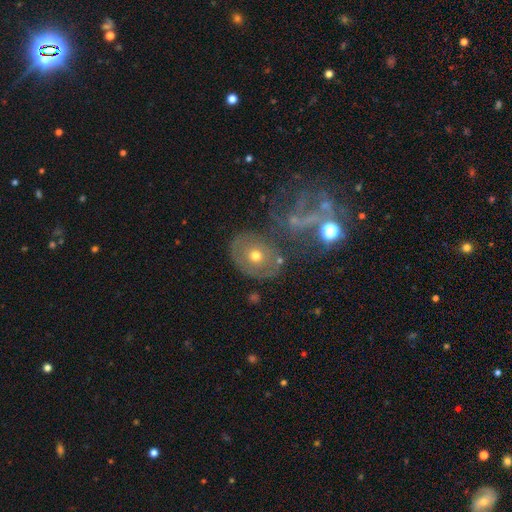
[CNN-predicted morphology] Smooth or featured: featured or disk — 45% (smooth — 43%)
Merging: none — 62% (minor disturbance — 17%)